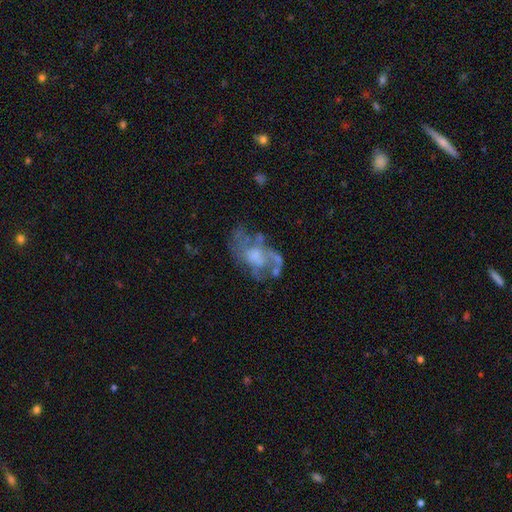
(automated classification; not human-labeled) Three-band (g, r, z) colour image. It shows a featured or disk galaxy (69%) with no bar (80%), no spiral arms (57%) and a moderate central bulge (36%). Merging: none (40%).